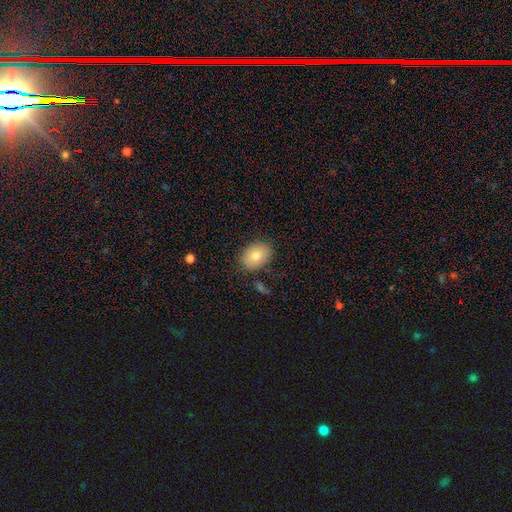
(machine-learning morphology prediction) Smooth or featured? smooth (76%)
How rounded? in between (72%)
Merging? none (84%)